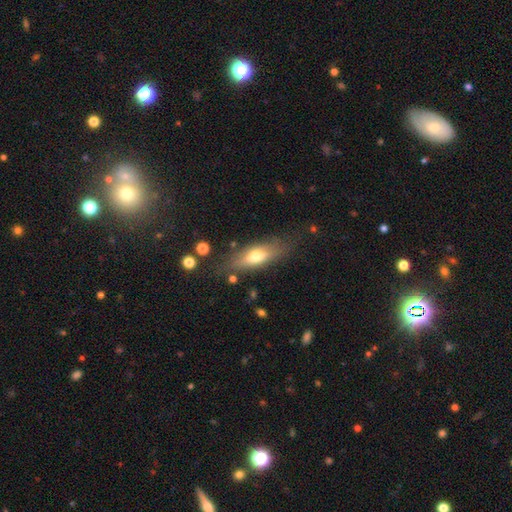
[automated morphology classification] A smooth galaxy with no disk features (51%) that is in between round and cigar-shaped (55%).

Vote fractions:
- Smooth or featured? smooth: 51% / featured or disk: 41% / star or artifact: 8%
- How rounded? in between: 55% / cigar-shaped: 41% / round: 4%
- Merging? none: 74% / minor disturbance: 17% / major disturbance: 6% / merger: 3%